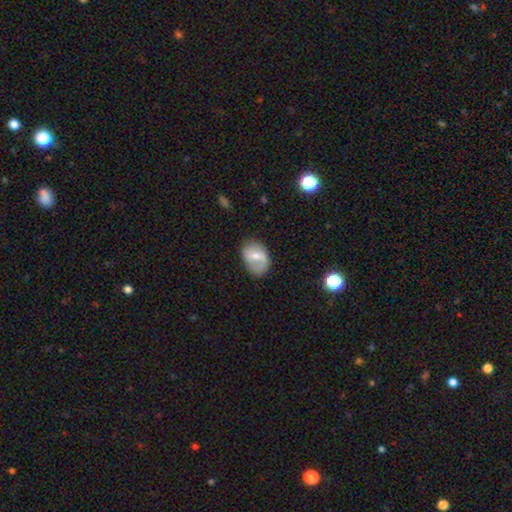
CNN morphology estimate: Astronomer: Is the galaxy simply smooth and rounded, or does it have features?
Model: smooth — 49% (runner-up: featured or disk, 44%).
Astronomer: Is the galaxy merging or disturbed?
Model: none — 65%.